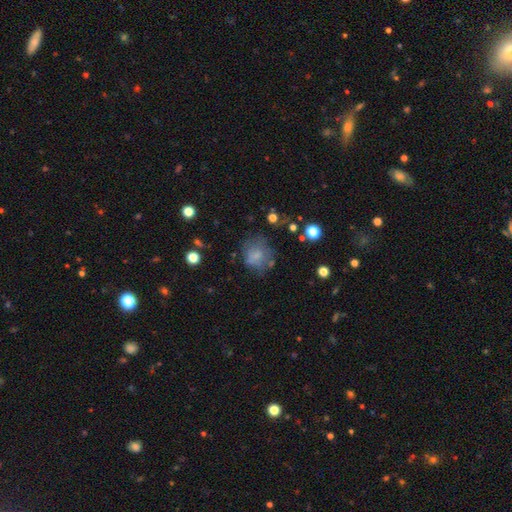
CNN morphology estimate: This appears to be a smooth galaxy with no disk features (64%) that is round (73%). Merging: none (53%).